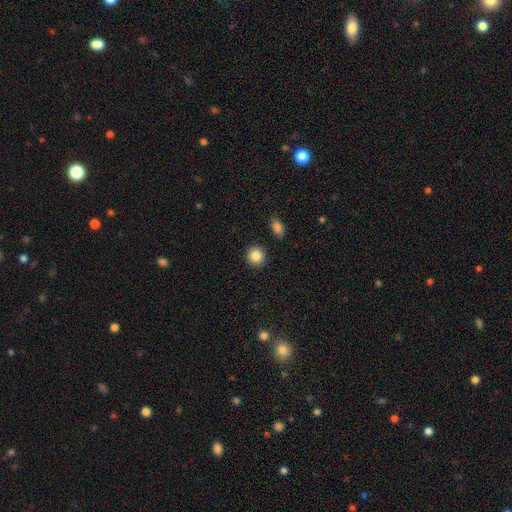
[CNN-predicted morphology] Smooth or featured: smooth — 87% (star or artifact — 9%)
How rounded: round — 89% (in between — 10%)
Merging: none — 90% (minor disturbance — 6%)